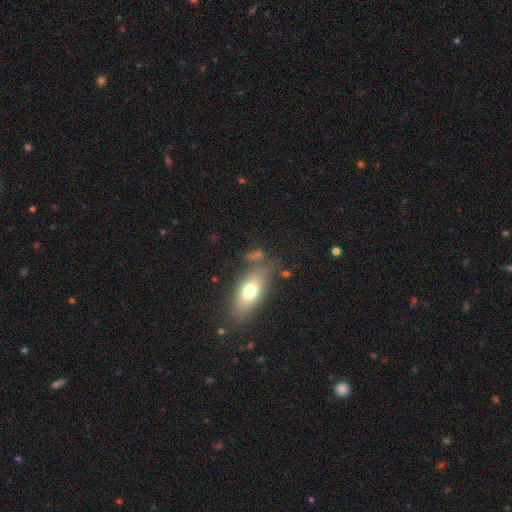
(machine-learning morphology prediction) The model was most divided on "smooth or featured": smooth: 66%, featured or disk: 24%, star or artifact: 10%. More confident: merging — none (70%); how rounded — in between (69%).